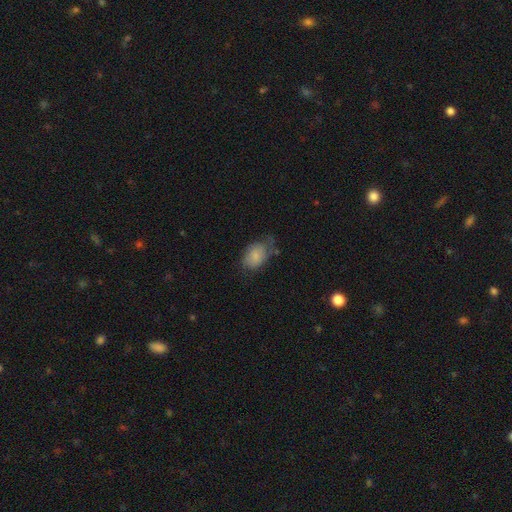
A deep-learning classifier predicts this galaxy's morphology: Q: Smooth or featured?
A: smooth (67%); runner-up: featured or disk (25%)
Q: How rounded?
A: in between (81%); runner-up: round (18%)
Q: Merging?
A: none (43%); runner-up: minor disturbance (36%)